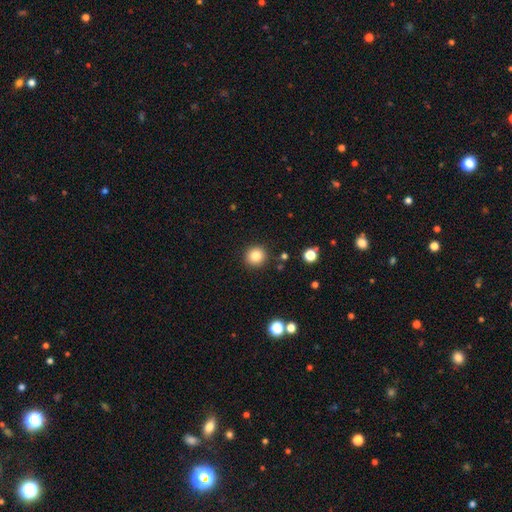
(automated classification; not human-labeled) This is clearly a smooth galaxy (83%). How rounded: clearly round (93%). Merging: clearly none (91%).